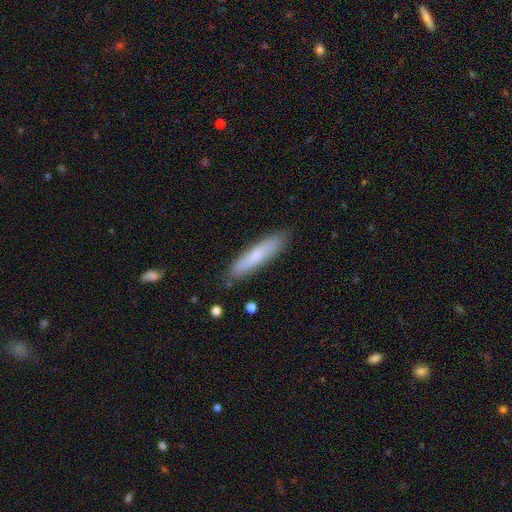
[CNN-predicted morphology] type=smooth (71%); roundness=cigar-shaped (85%); merging=none (86%).